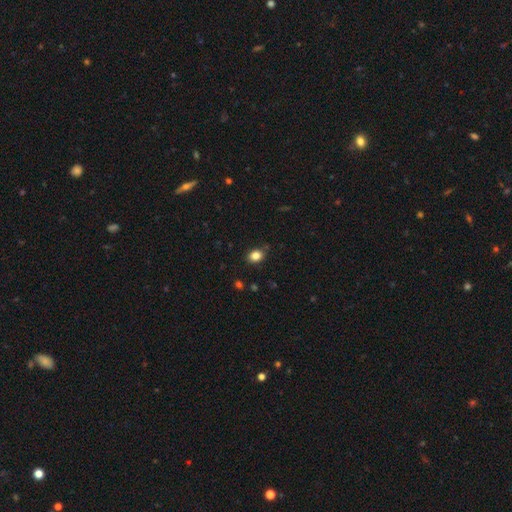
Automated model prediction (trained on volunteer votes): This is clearly a smooth galaxy (85%). How rounded: possibly in between (59%). Merging: clearly none (84%).